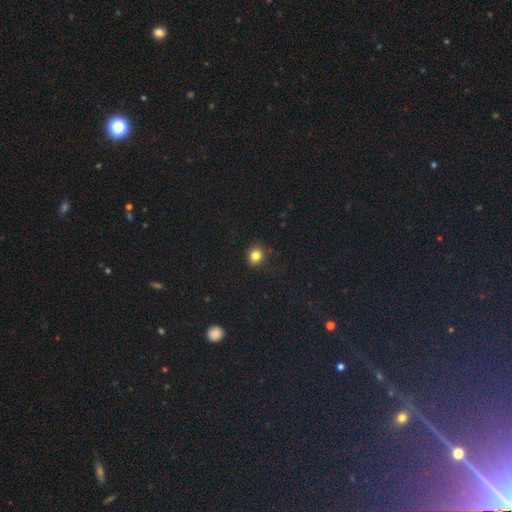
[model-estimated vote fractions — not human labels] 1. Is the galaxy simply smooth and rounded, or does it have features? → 82% smooth, 13% star or artifact, 5% featured or disk.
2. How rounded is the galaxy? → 88% round, 11% in between, 1% cigar-shaped.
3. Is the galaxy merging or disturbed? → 89% none, 8% minor disturbance, 2% major disturbance, 1% merger.